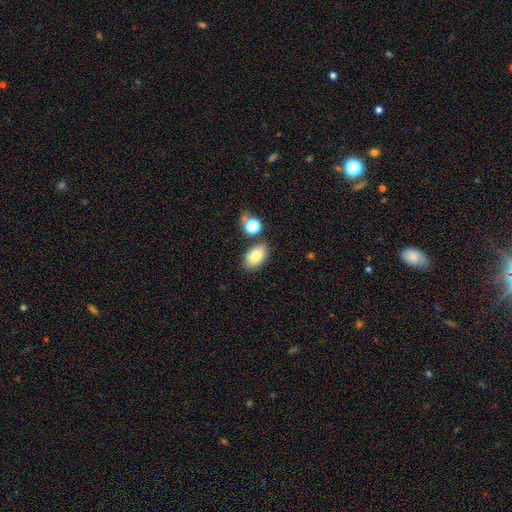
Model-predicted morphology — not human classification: Smooth or featured: smooth — 81% (featured or disk — 10%)
How rounded: in between — 91% (round — 8%)
Merging: none — 79% (minor disturbance — 11%)